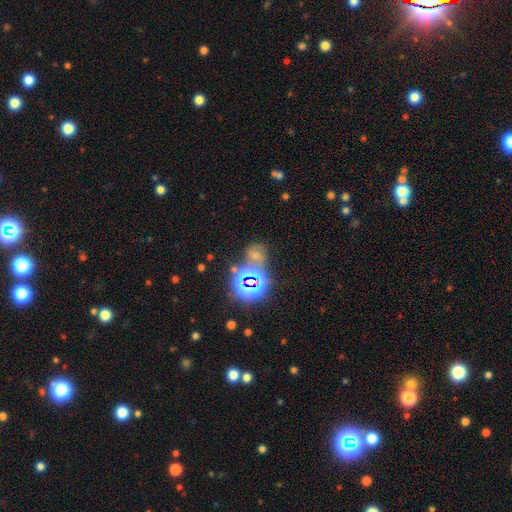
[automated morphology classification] A star or artifact, not a galaxy (50%).